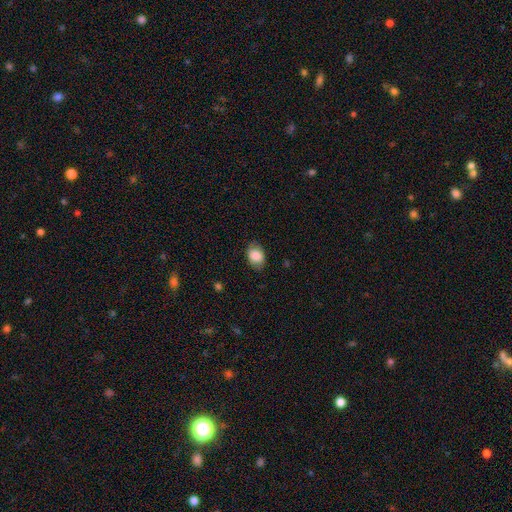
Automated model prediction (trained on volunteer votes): smooth-or-featured: smooth: 86% | star or artifact: 7% | featured or disk: 7%
  how-rounded: in between: 81% | round: 18% | cigar-shaped: 1%
  merging: none: 82% | minor disturbance: 14% | major disturbance: 3% | merger: 1%